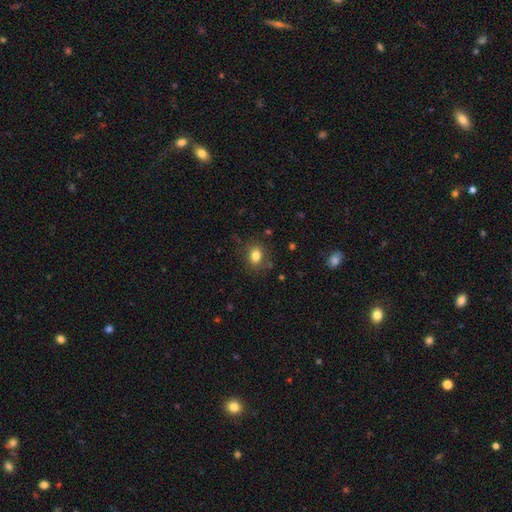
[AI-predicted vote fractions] Smooth or featured: smooth — 82% (star or artifact — 11%)
How rounded: in between — 53% (round — 46%)
Merging: none — 83% (minor disturbance — 12%)